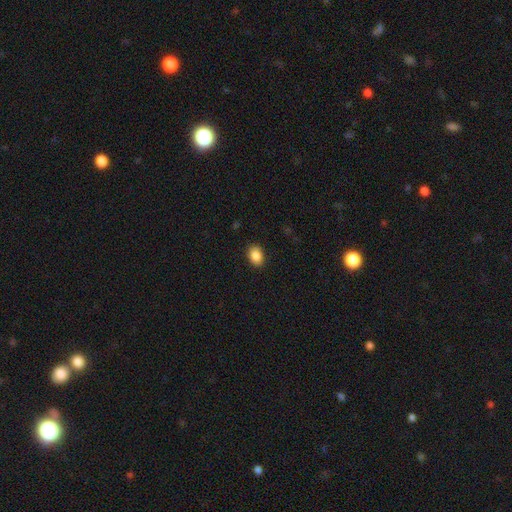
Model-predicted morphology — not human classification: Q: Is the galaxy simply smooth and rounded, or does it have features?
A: smooth — 87%.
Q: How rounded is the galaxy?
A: in between — 78%.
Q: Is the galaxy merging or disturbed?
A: none — 88%.